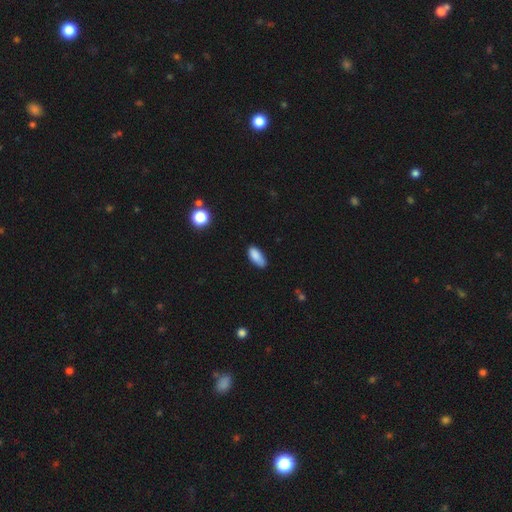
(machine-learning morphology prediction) Smooth or featured? smooth (86%)
How rounded? in between (86%)
Merging? none (69%)